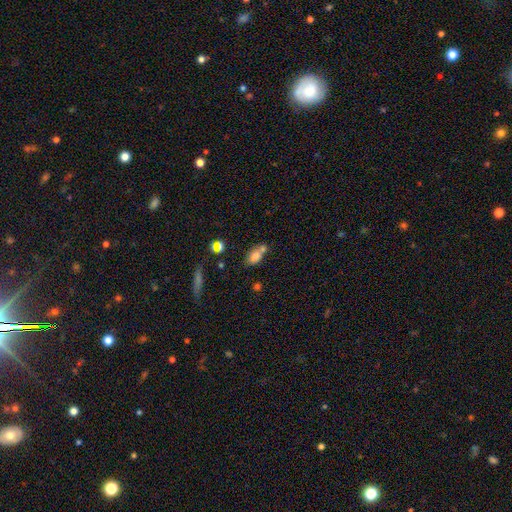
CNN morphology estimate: Q: Smooth or featured?
A: smooth (77%); runner-up: featured or disk (12%)
Q: How rounded?
A: in between (81%); runner-up: round (14%)
Q: Merging?
A: none (42%); runner-up: merger (38%)